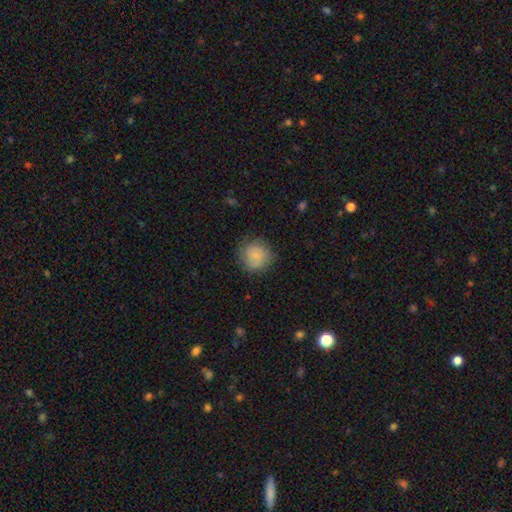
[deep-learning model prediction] Smooth or featured? Predicted: smooth (p=0.72). How rounded? Predicted: round (p=0.91). Merging? Predicted: none (p=0.76).